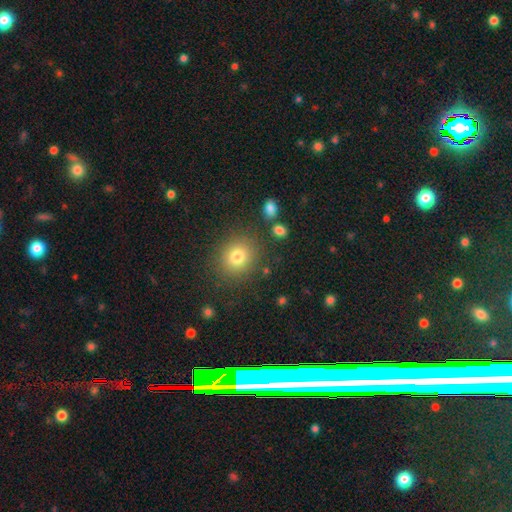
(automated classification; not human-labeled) Smooth or featured?
  - smooth: 60% *
  - star or artifact: 28%
  - featured or disk: 12%
How rounded?
  - round: 78% *
  - in between: 19%
  - cigar-shaped: 3%
Merging?
  - none: 88% *
  - minor disturbance: 7%
  - merger: 3%
  - major disturbance: 2%